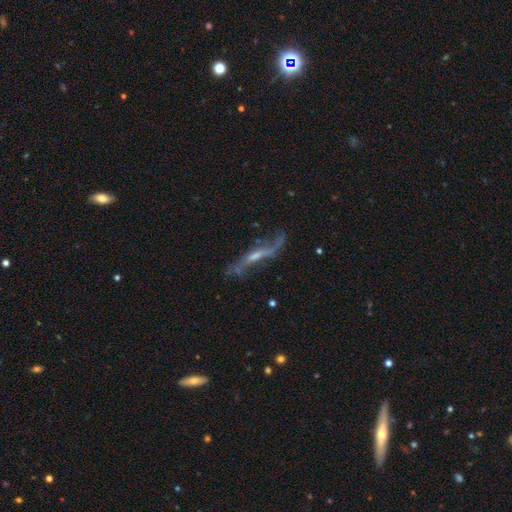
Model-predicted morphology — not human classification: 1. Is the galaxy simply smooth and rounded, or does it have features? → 76% featured or disk, 15% smooth, 9% star or artifact.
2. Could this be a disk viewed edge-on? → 53% yes, 47% no.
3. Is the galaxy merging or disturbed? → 50% none, 23% minor disturbance, 21% major disturbance, 6% merger.